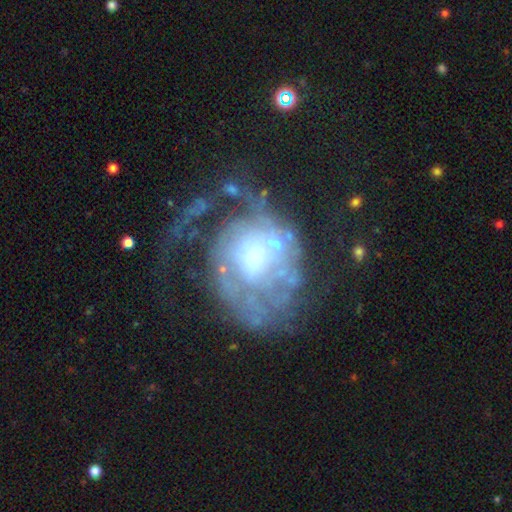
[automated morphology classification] A featured or disk galaxy (78%) with no bar (73%), tight (40%) spiral arms (73%) and a moderate central bulge (42%).

Vote fractions:
- Smooth or featured? featured or disk: 78% / smooth: 14% / star or artifact: 8%
- Edge-on disk? no: 97% / yes: 3%
- Bar? no: 73% / weak: 21% / strong: 5%
- Spiral arms? yes: 73% / no: 27%
- Spiral winding? tight: 40% / medium: 34% / loose: 27%
- Spiral arm count? can't tell: 35% / 2: 28% / 1: 21% / 3: 8% / 4: 4% / more than 4: 4%
- Bulge size? moderate: 42% / small: 39% / large: 11% / none: 5% / dominant: 2%
- Merging? major disturbance: 44% / none: 31% / minor disturbance: 18% / merger: 7%